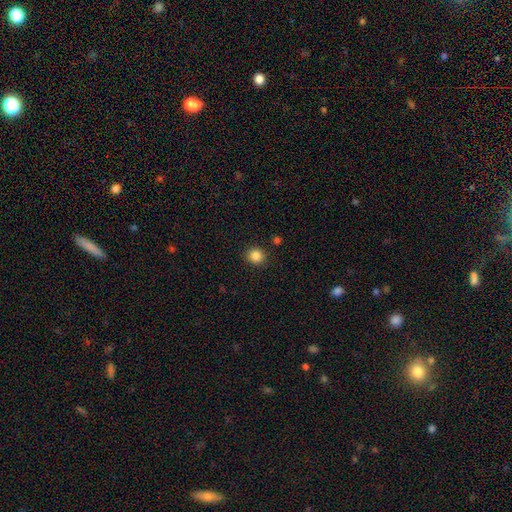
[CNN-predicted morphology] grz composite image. It shows a smooth galaxy with no disk features (85%) that is round (88%). Merging: none (90%).